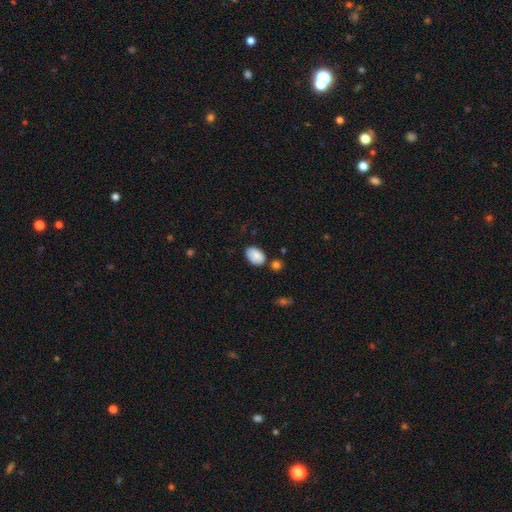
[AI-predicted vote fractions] smooth-or-featured: smooth: 87% | star or artifact: 7% | featured or disk: 6%
  how-rounded: in between: 90% | round: 9% | cigar-shaped: 1%
  merging: none: 72% | minor disturbance: 17% | merger: 7% | major disturbance: 4%